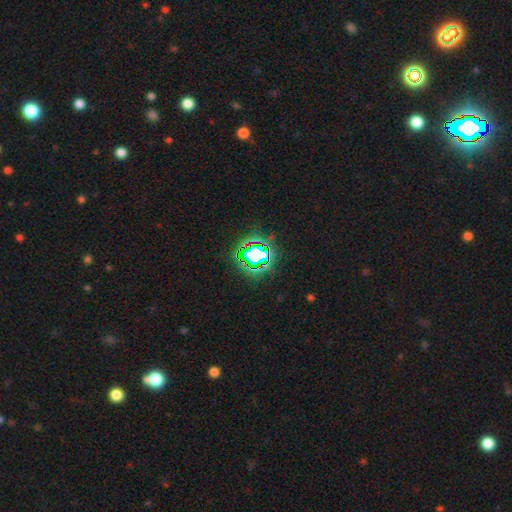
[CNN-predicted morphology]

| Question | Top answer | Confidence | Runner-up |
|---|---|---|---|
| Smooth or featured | star or artifact | 70% | smooth (17%) |